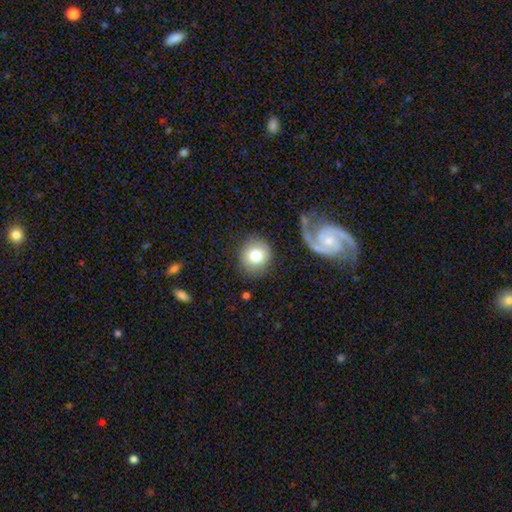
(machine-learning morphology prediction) The model was most divided on "smooth or featured": smooth: 77%, featured or disk: 15%, star or artifact: 8%. More confident: how rounded — round (89%); merging — none (83%).